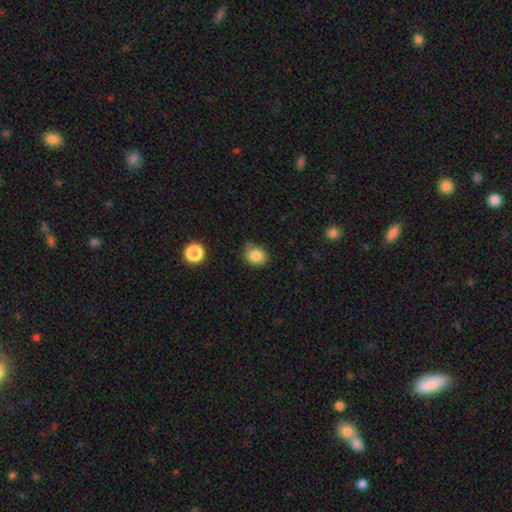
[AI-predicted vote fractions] A smooth galaxy with no disk features (85%) that is round (69%). Merging: none (77%).